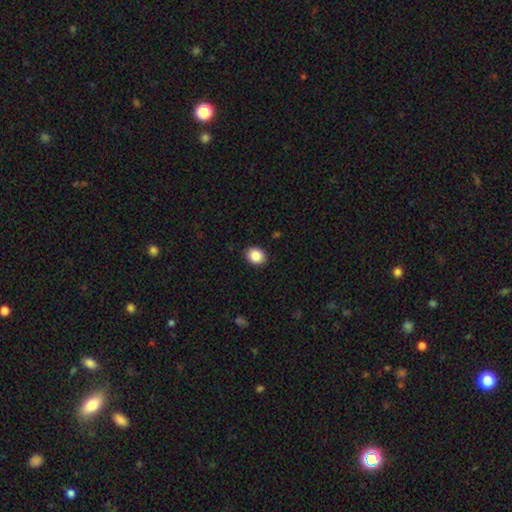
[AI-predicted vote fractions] A smooth galaxy with no disk features (87%) that is round (54%). Merging: none (91%).